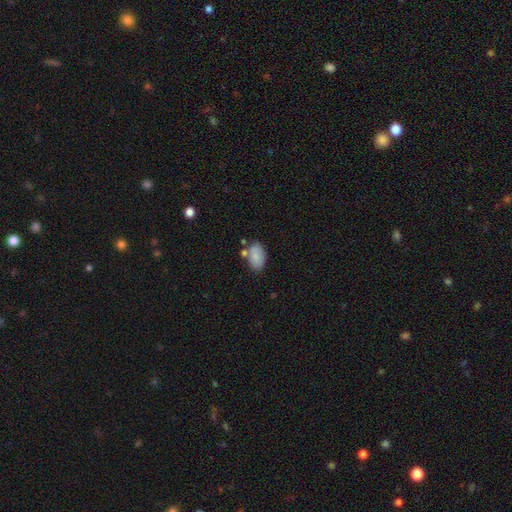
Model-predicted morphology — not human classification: A smooth galaxy with no disk features (85%) that is in between round and cigar-shaped (92%).

Vote fractions:
- Smooth or featured? smooth: 85% / featured or disk: 8% / star or artifact: 7%
- How rounded? in between: 92% / round: 6% / cigar-shaped: 1%
- Merging? none: 67% / minor disturbance: 17% / merger: 12% / major disturbance: 4%